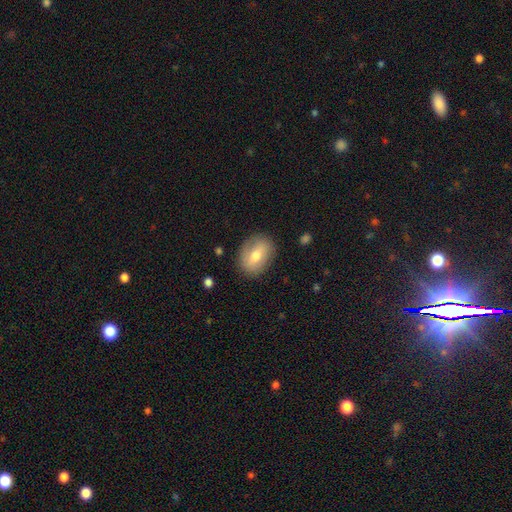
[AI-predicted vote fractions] Smooth or featured: smooth — 60% (featured or disk — 32%)
How rounded: in between — 67% (round — 32%)
Merging: none — 83% (minor disturbance — 12%)